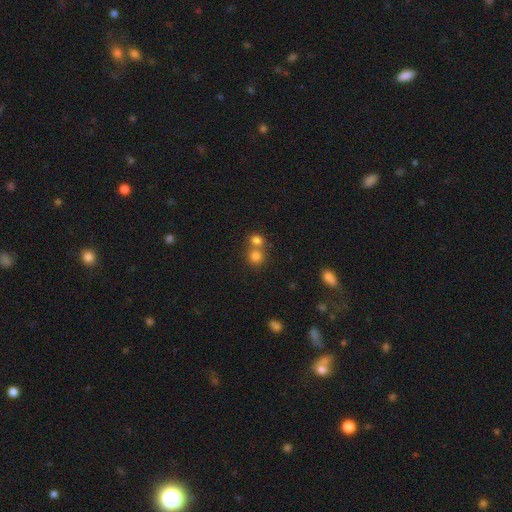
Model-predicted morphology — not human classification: smooth_or_featured: smooth (p=0.79) [alt: star or artifact p=0.12]
how_rounded: round (p=0.85) [alt: in between p=0.14]
merging: merger (p=0.47) [alt: none p=0.45]